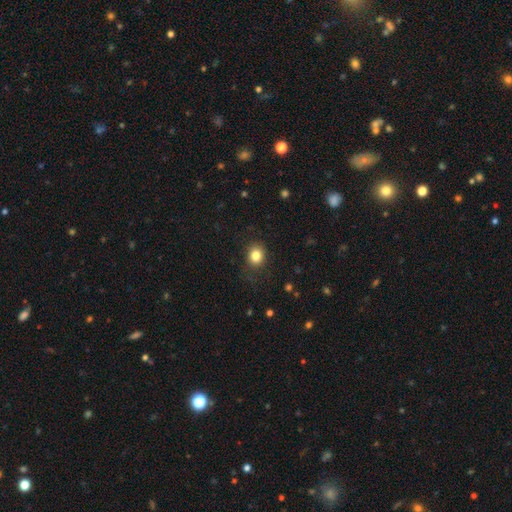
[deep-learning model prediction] This appears to be a smooth galaxy with no disk features (83%) that is round (69%). Merging: none (83%).